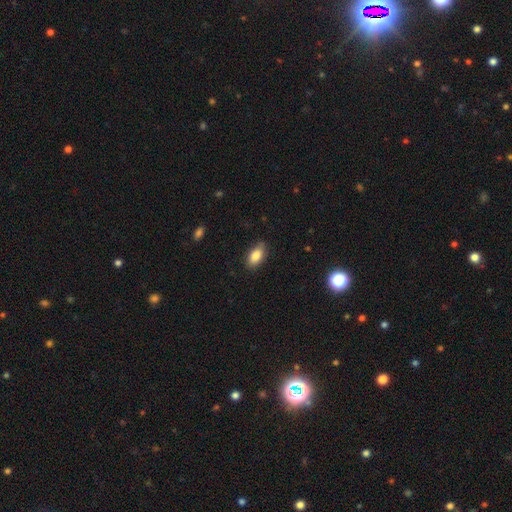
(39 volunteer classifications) Morphology: type=smooth (87%); roundness=in between (91%); merging=none (82%).